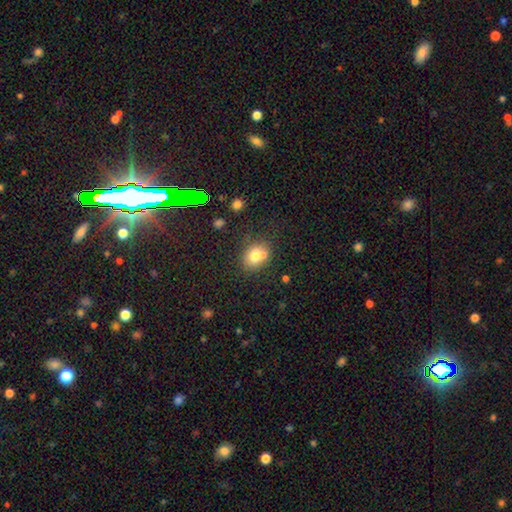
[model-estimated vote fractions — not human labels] This appears to be a smooth galaxy with no disk features (74%) that is round (51%). Merging: none (52%).